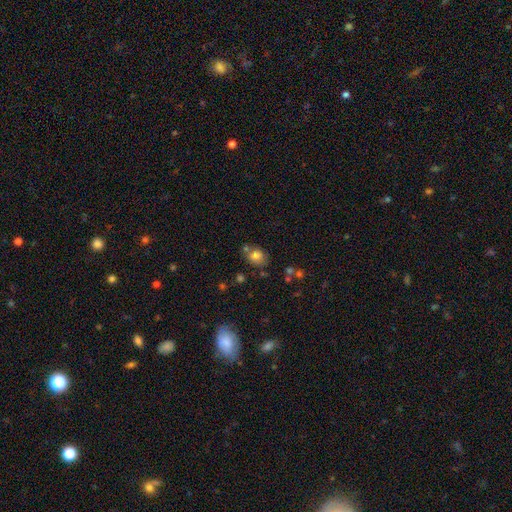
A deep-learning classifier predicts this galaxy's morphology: smooth_or_featured: smooth (p=0.79) [alt: star or artifact p=0.12]
how_rounded: round (p=0.64) [alt: in between p=0.35]
merging: none (p=0.68) [alt: minor disturbance p=0.14]